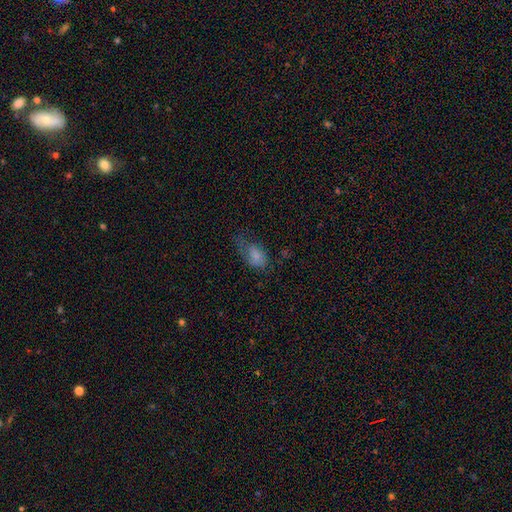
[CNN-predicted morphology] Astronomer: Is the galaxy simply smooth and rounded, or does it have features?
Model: smooth — 71%.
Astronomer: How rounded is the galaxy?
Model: in between — 89%.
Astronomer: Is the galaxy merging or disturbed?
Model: major disturbance — 34% (runner-up: none, 33%).